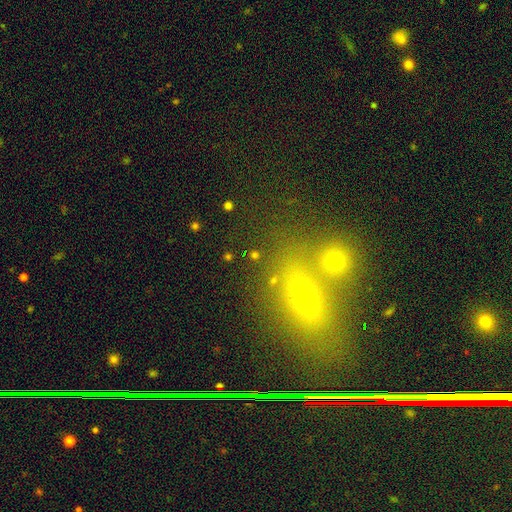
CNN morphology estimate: smooth_or_featured: smooth (p=0.52) [alt: star or artifact p=0.33]
how_rounded: round (p=0.48) [alt: in between p=0.43]
merging: none (p=0.62) [alt: merger p=0.23]